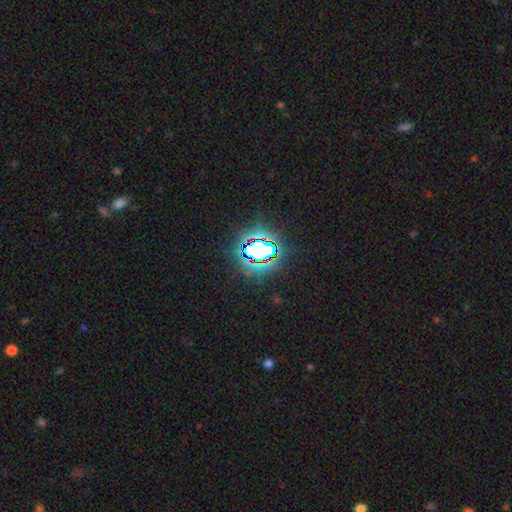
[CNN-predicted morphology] This appears to be a star or artifact, not a galaxy (81%).